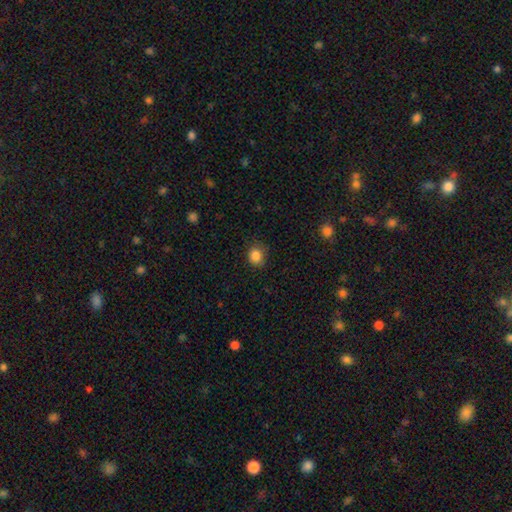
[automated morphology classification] This is clearly a smooth galaxy (85%). How rounded: likely round (72%). Merging: likely none (77%).